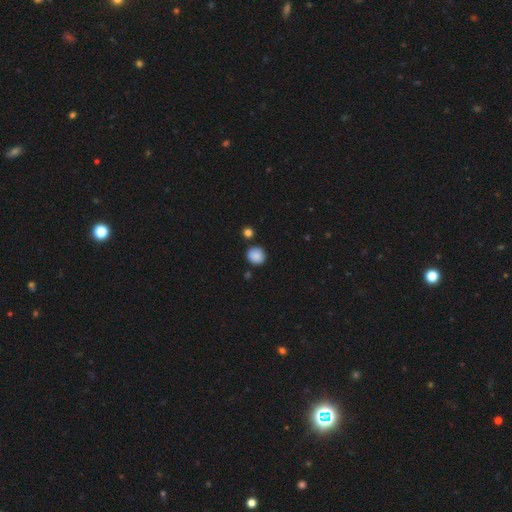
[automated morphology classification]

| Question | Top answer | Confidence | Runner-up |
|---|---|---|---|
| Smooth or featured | smooth | 87% | star or artifact (9%) |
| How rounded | round | 86% | in between (13%) |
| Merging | none | 83% | minor disturbance (10%) |